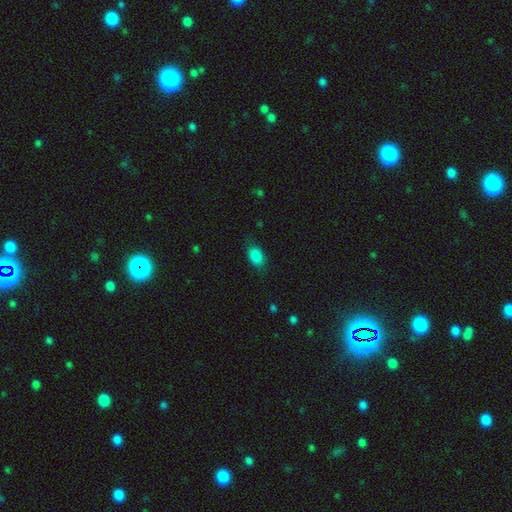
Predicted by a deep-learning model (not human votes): Smooth or featured?
  - smooth: 87% *
  - star or artifact: 8%
  - featured or disk: 5%
How rounded?
  - in between: 87% *
  - round: 10%
  - cigar-shaped: 3%
Merging?
  - none: 76% *
  - minor disturbance: 18%
  - major disturbance: 5%
  - merger: 1%